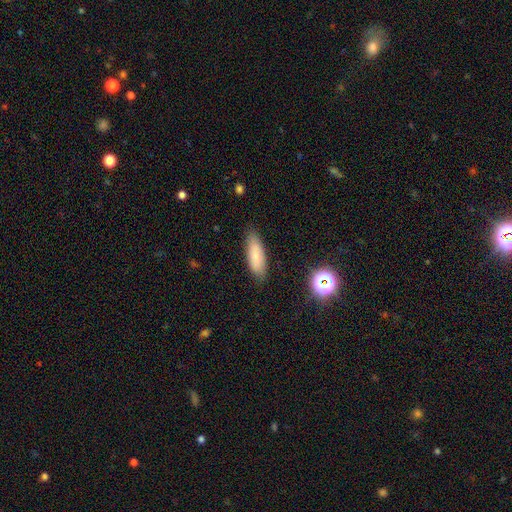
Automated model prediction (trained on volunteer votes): smooth-or-featured: smooth: 77% | featured or disk: 14% | star or artifact: 9%
  how-rounded: in between: 51% | cigar-shaped: 46% | round: 2%
  merging: none: 84% | minor disturbance: 12% | major disturbance: 3% | merger: 1%